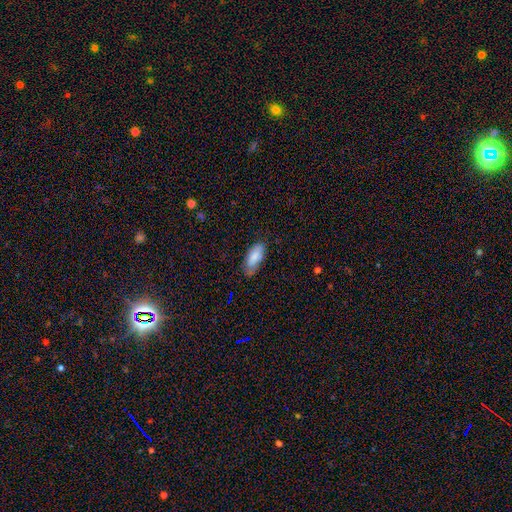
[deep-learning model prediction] Smooth or featured: smooth — 82% (featured or disk — 12%)
How rounded: in between — 82% (cigar-shaped — 17%)
Merging: none — 71% (minor disturbance — 23%)